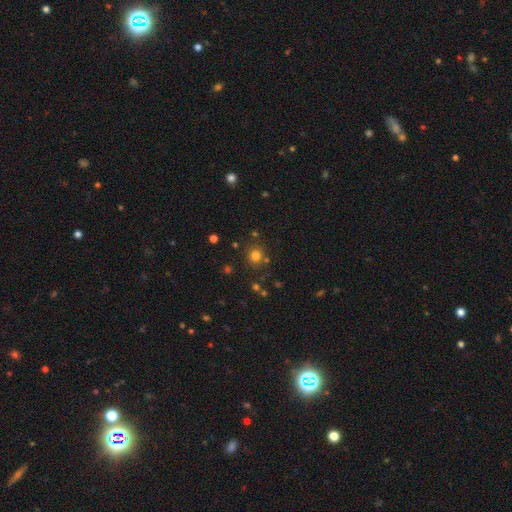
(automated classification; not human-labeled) smooth_or_featured: smooth (p=0.76) [alt: star or artifact p=0.17]
how_rounded: round (p=0.89) [alt: in between p=0.10]
merging: none (p=0.80) [alt: minor disturbance p=0.09]